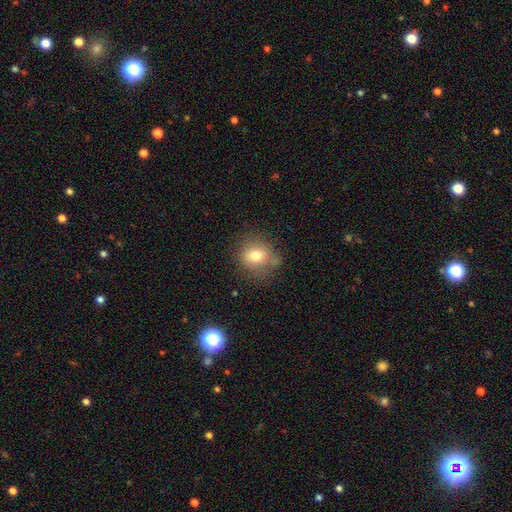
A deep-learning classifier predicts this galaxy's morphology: A smooth galaxy with no disk features (72%) that is round (68%).

Vote fractions:
- Smooth or featured? smooth: 72% / featured or disk: 17% / star or artifact: 11%
- How rounded? round: 68% / in between: 31% / cigar-shaped: 1%
- Merging? none: 69% / minor disturbance: 21% / major disturbance: 7% / merger: 3%